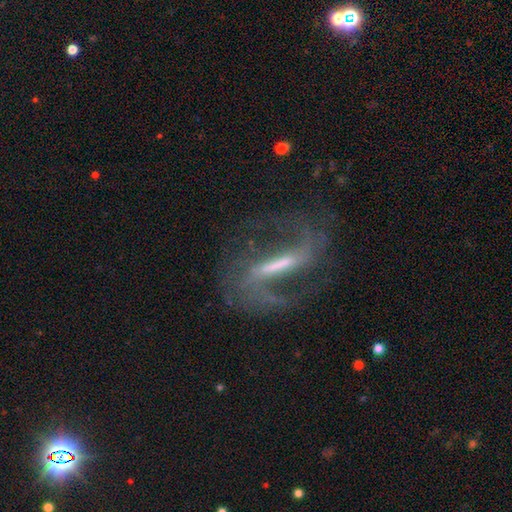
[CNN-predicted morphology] Smooth or featured? Predicted: featured or disk (p=0.83). Edge-on disk? Predicted: no (p=0.85). Bar? Predicted: strong (p=0.67). Spiral arms? Predicted: yes (p=0.92). Spiral winding? Predicted: medium (p=0.46). Spiral arm count? Predicted: 2 (p=0.86). Bulge size? Predicted: small (p=0.43). Merging? Predicted: none (p=0.71).